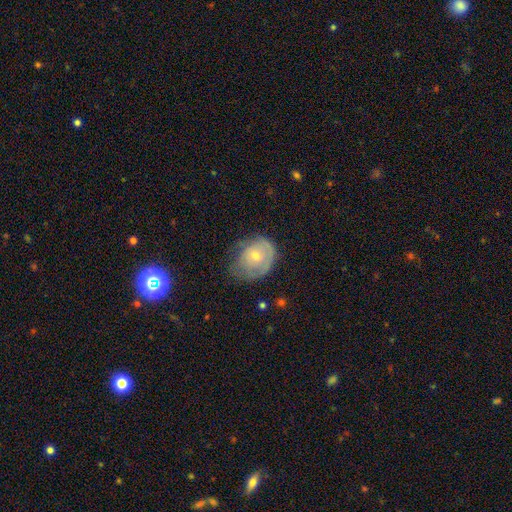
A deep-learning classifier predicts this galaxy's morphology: This is possibly a smooth galaxy (46%). Merging: possibly none (48%).